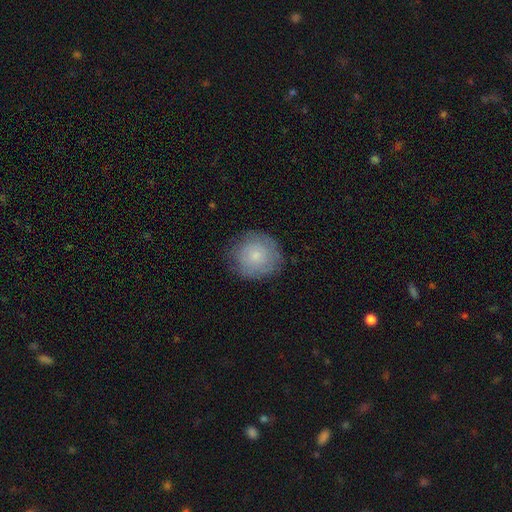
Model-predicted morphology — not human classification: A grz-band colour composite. It shows a smooth galaxy with no disk features (71%) that is round (90%). Merging: none (78%).